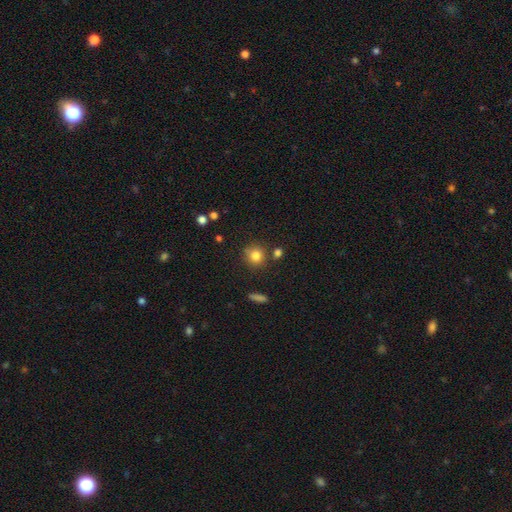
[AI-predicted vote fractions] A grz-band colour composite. It shows a smooth galaxy with no disk features (82%) that is round (88%). Merging: none (77%).